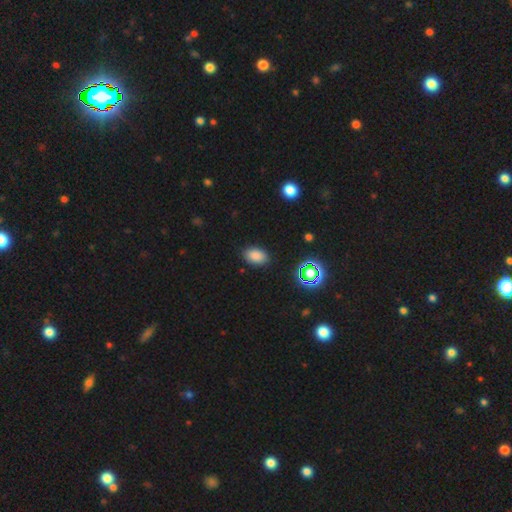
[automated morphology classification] Smooth or featured? smooth (82%)
How rounded? in between (86%)
Merging? none (86%)